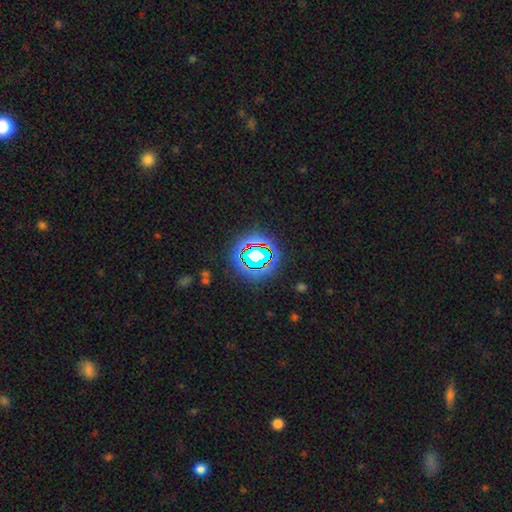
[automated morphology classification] A star or artifact, not a galaxy (65%).

Vote fractions:
- Smooth or featured? star or artifact: 65% / smooth: 21% / featured or disk: 14%